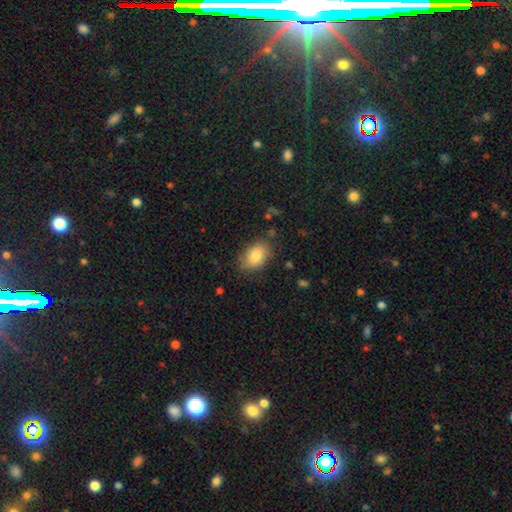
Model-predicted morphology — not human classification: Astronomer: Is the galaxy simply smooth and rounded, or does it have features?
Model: smooth — 82%.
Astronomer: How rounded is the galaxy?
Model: in between — 86%.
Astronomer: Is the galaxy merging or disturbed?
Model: none — 78%.